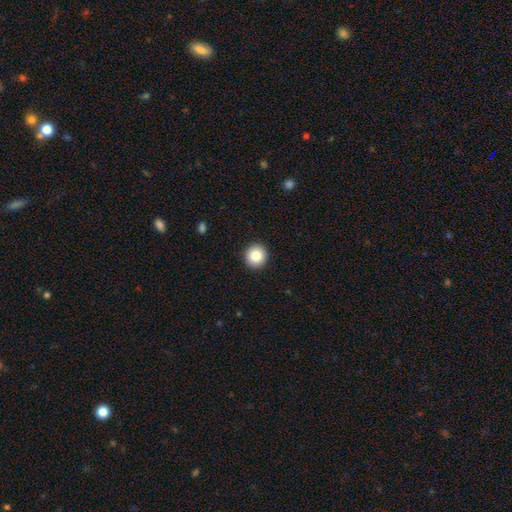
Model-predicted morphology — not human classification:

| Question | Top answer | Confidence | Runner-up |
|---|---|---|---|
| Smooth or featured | smooth | 85% | star or artifact (9%) |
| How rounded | round | 94% | in between (5%) |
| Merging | none | 93% | minor disturbance (5%) |